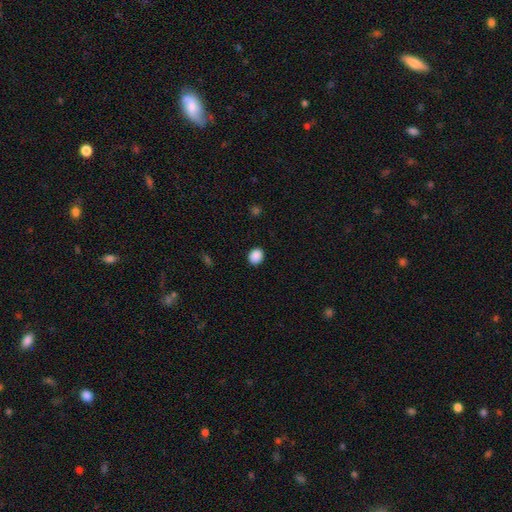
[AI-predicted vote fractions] A smooth galaxy with no disk features (89%) that is round (64%).

Vote fractions:
- Smooth or featured? smooth: 89% / star or artifact: 9% / featured or disk: 3%
- How rounded? round: 64% / in between: 35% / cigar-shaped: 1%
- Merging? none: 90% / minor disturbance: 7% / major disturbance: 2% / merger: 1%